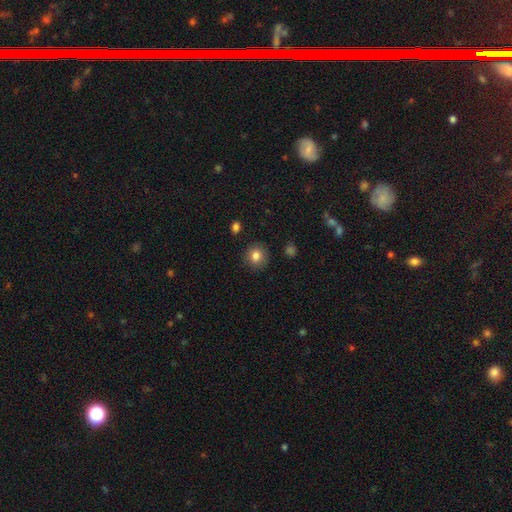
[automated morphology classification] Smooth or featured?
  - smooth: 82% *
  - star or artifact: 10%
  - featured or disk: 7%
How rounded?
  - round: 87% *
  - in between: 12%
  - cigar-shaped: 1%
Merging?
  - none: 88% *
  - minor disturbance: 8%
  - major disturbance: 2%
  - merger: 1%